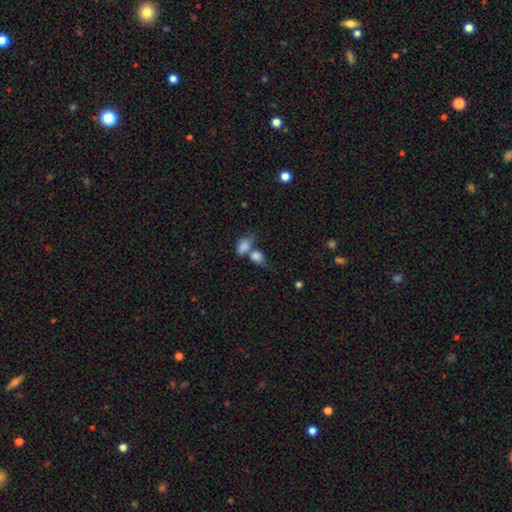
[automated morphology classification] Overall: smooth (80%). How rounded: in between (73%). Merging: merger (57%; none 23%).